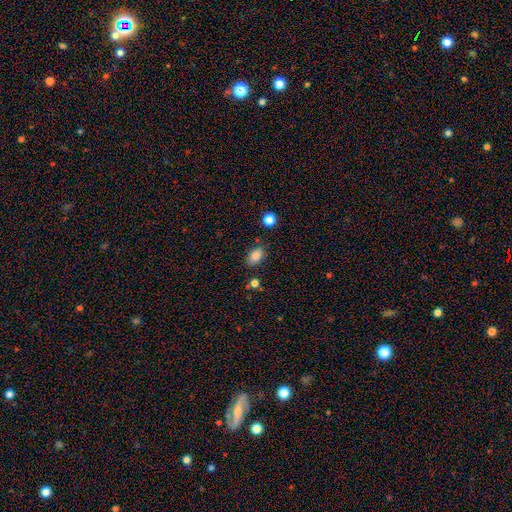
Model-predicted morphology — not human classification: A smooth galaxy with no disk features (85%) that is in between round and cigar-shaped (86%).

Vote fractions:
- Smooth or featured? smooth: 85% / star or artifact: 10% / featured or disk: 5%
- How rounded? in between: 86% / round: 13% / cigar-shaped: 2%
- Merging? none: 79% / minor disturbance: 14% / merger: 4% / major disturbance: 3%